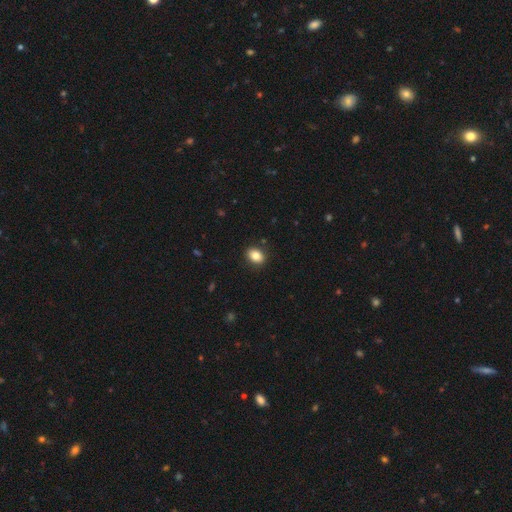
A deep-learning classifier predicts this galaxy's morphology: Smooth or featured?
  - smooth: 85% *
  - star or artifact: 9%
  - featured or disk: 6%
How rounded?
  - in between: 64% *
  - round: 35%
  - cigar-shaped: 1%
Merging?
  - none: 89% *
  - minor disturbance: 8%
  - major disturbance: 2%
  - merger: 1%